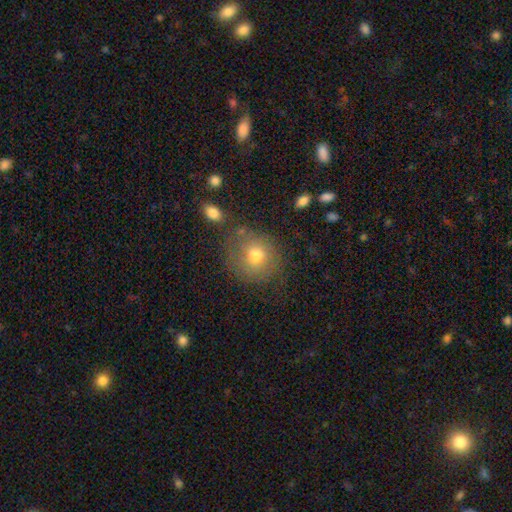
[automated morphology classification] Smooth or featured: smooth — 70% (featured or disk — 18%)
How rounded: round — 81% (in between — 18%)
Merging: none — 66% (minor disturbance — 19%)